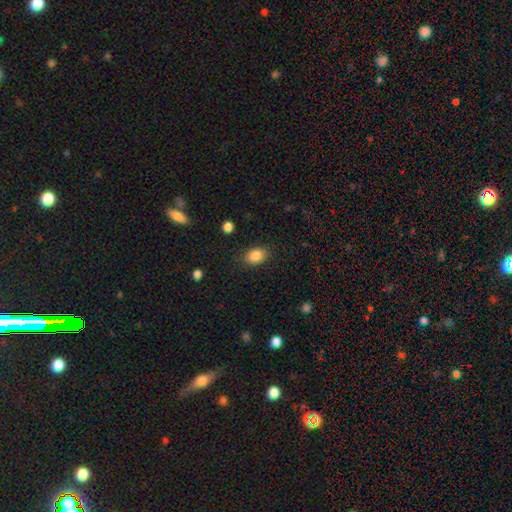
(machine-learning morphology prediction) type=smooth (87%); roundness=in between (80%); merging=none (84%).